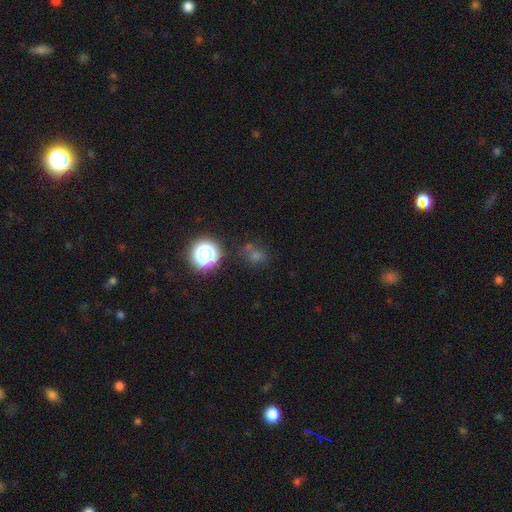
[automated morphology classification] smooth-or-featured: smooth: 54% | star or artifact: 37% | featured or disk: 9%
  how-rounded: round: 79% | in between: 19% | cigar-shaped: 1%
  merging: none: 68% | merger: 14% | minor disturbance: 12% | major disturbance: 5%